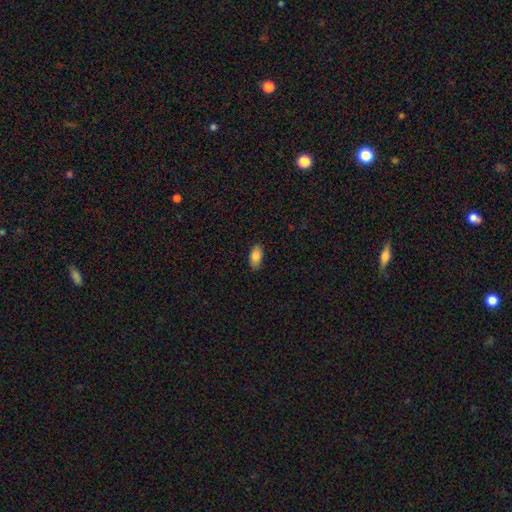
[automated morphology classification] smooth_or_featured: smooth (p=0.86) [alt: star or artifact p=0.07]
how_rounded: in between (p=0.92) [alt: cigar-shaped p=0.05]
merging: none (p=0.84) [alt: minor disturbance p=0.13]